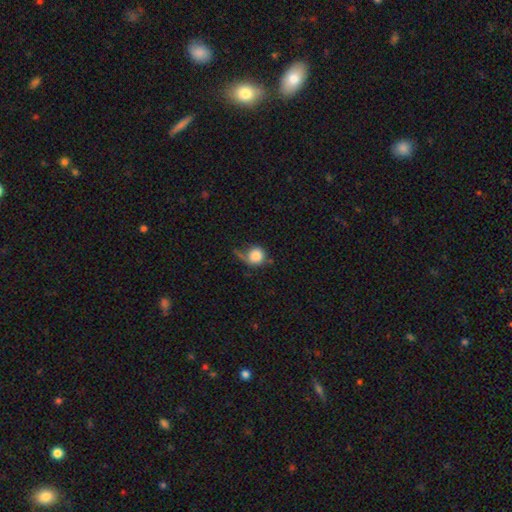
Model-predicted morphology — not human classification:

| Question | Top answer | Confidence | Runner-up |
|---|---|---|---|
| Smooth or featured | smooth | 78% | featured or disk (13%) |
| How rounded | round | 87% | in between (12%) |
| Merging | none | 40% | major disturbance (27%) |